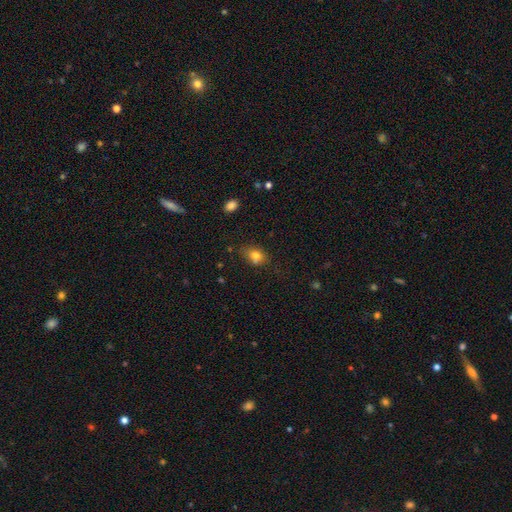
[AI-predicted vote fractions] Overall: smooth (77%). How rounded: in between (61%; round 38%). Merging: none (58%; minor disturbance 21%).